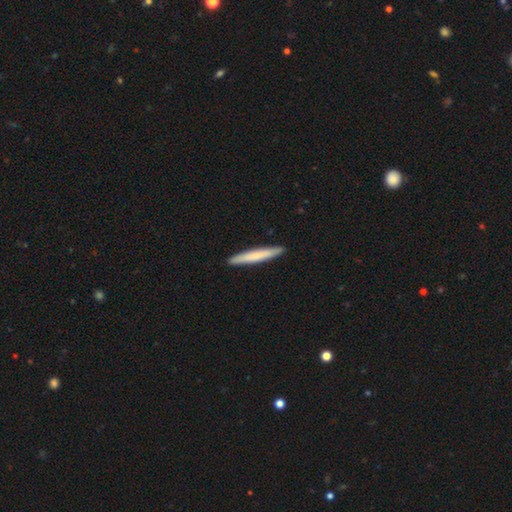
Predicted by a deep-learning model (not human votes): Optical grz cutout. It shows a smooth galaxy with no disk features (70%) that is cigar-shaped (96%). Merging: none (92%).